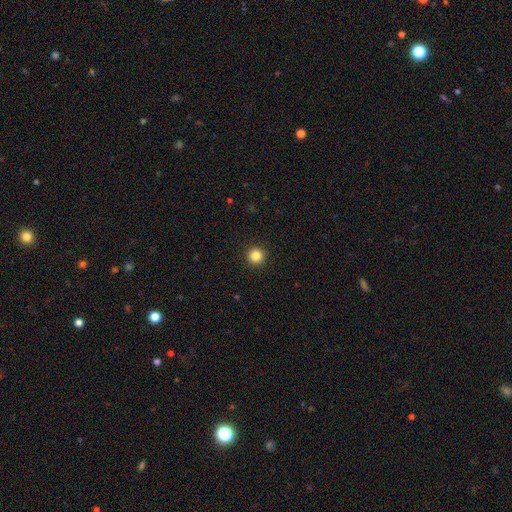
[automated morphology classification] A smooth galaxy with no disk features (84%) that is round (96%).

Vote fractions:
- Smooth or featured? smooth: 84% / star or artifact: 12% / featured or disk: 4%
- How rounded? round: 96% / in between: 3% / cigar-shaped: 1%
- Merging? none: 94% / minor disturbance: 4% / major disturbance: 1% / merger: 1%